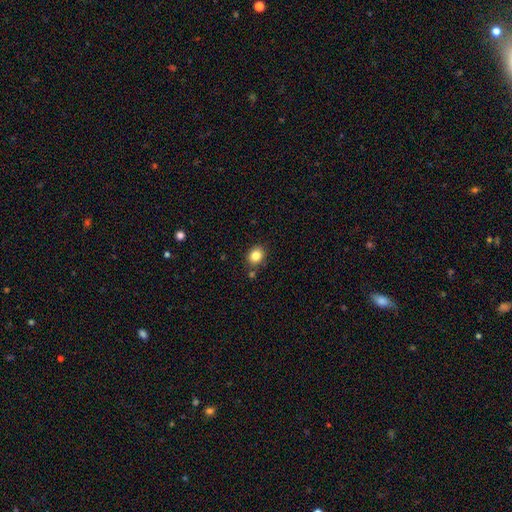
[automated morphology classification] This appears to be a smooth galaxy with no disk features (83%) that is round (63%). Merging: none (81%).